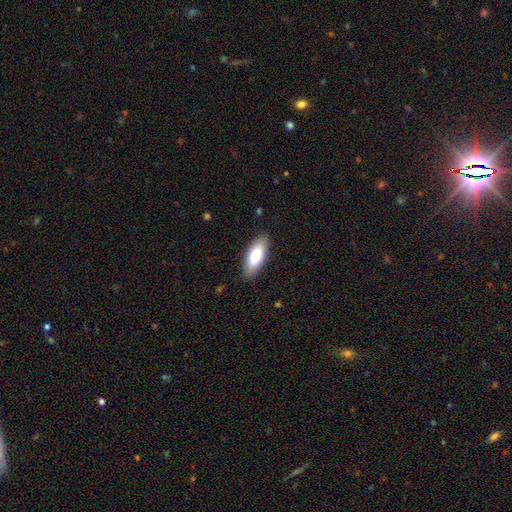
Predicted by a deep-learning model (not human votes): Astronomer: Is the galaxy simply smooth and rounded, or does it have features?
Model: smooth — 78%.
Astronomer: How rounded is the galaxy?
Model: in between — 78%.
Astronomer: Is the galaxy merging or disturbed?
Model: none — 87%.